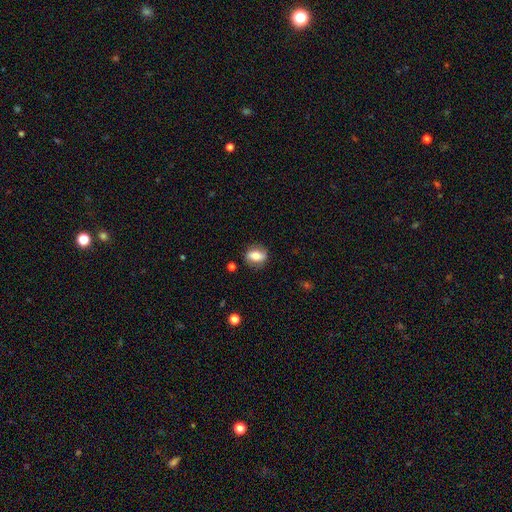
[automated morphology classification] A smooth galaxy with no disk features (64%) that is in between round and cigar-shaped (66%).

Vote fractions:
- Smooth or featured? smooth: 64% / featured or disk: 28% / star or artifact: 8%
- How rounded? in between: 66% / round: 30% / cigar-shaped: 3%
- Merging? none: 79% / minor disturbance: 15% / major disturbance: 4% / merger: 2%